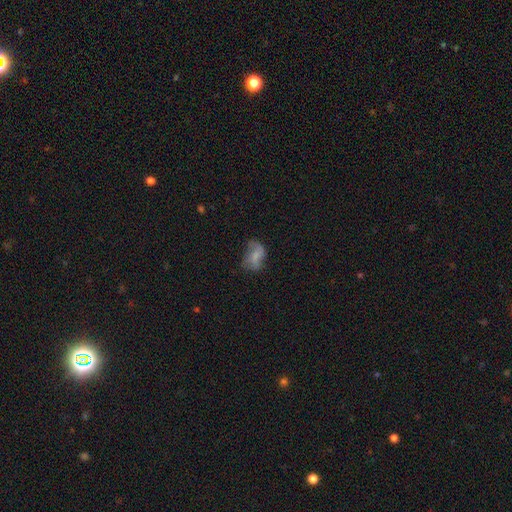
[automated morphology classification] This appears to be a smooth galaxy with no disk features (51%) that is in between round and cigar-shaped (82%). Merging: none (38%).